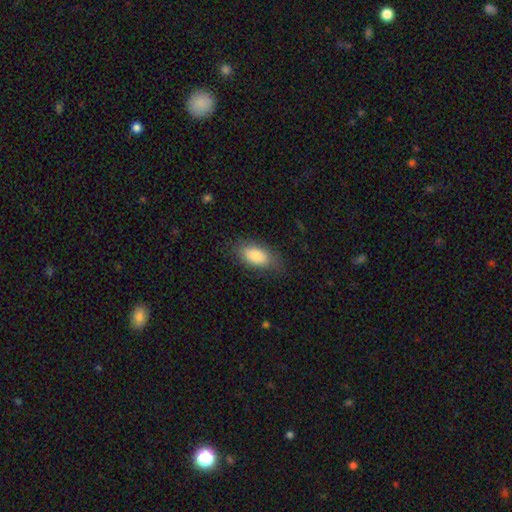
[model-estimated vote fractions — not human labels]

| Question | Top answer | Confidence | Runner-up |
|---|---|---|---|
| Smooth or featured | smooth | 84% | featured or disk (10%) |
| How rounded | in between | 91% | cigar-shaped (6%) |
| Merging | none | 77% | minor disturbance (17%) |